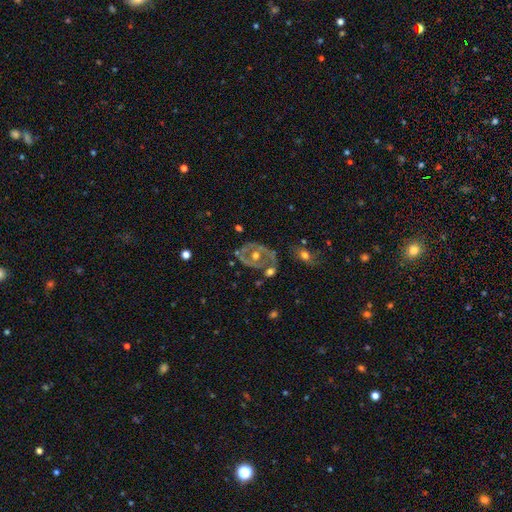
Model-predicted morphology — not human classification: This appears to be a featured or disk galaxy (76%) with no bar (73%), no spiral arms (55%) and a moderate central bulge (74%). Merging: none (61%).